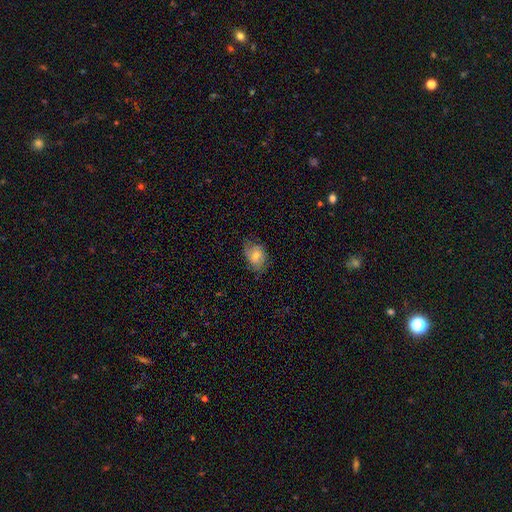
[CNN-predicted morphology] This appears to be a smooth galaxy with no disk features (50%). Merging: none (67%).